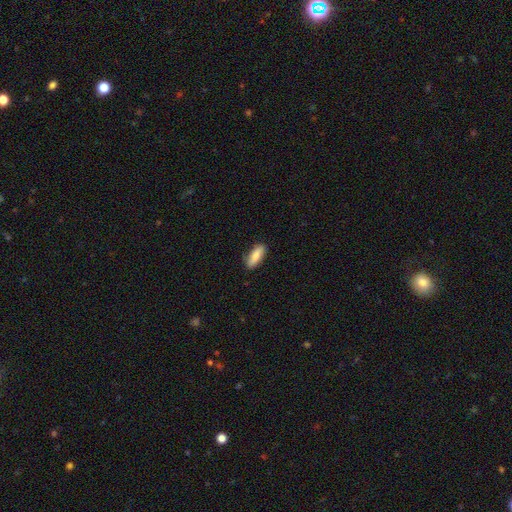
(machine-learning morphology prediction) smooth 85%, featured or disk 9%, star or artifact 6%. Down the decision tree: how rounded — in between (67%); merging — none (83%).